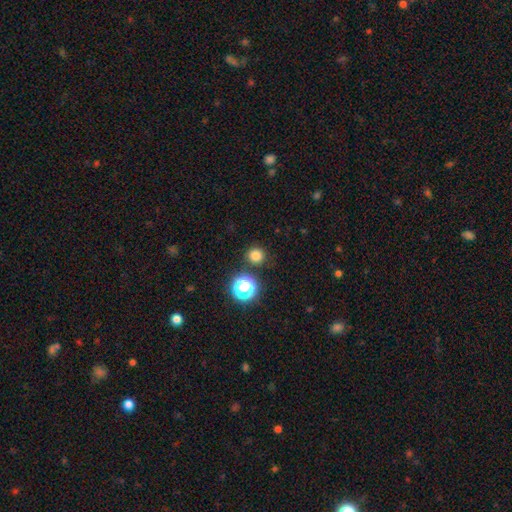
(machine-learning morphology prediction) This appears to be a smooth galaxy with no disk features (78%) that is round (93%). Merging: none (87%).